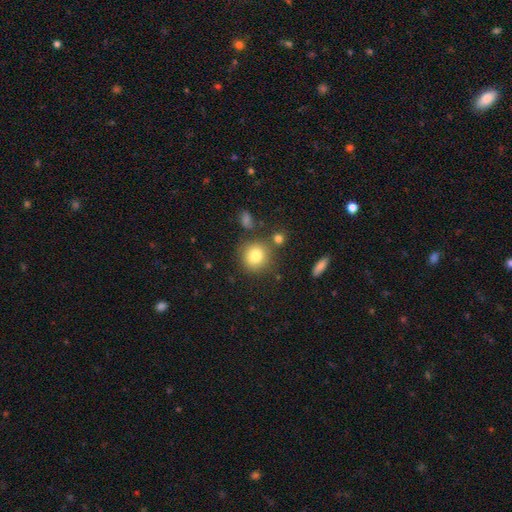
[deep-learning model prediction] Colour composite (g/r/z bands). It shows a smooth galaxy with no disk features (80%) that is round (88%). Merging: none (76%).